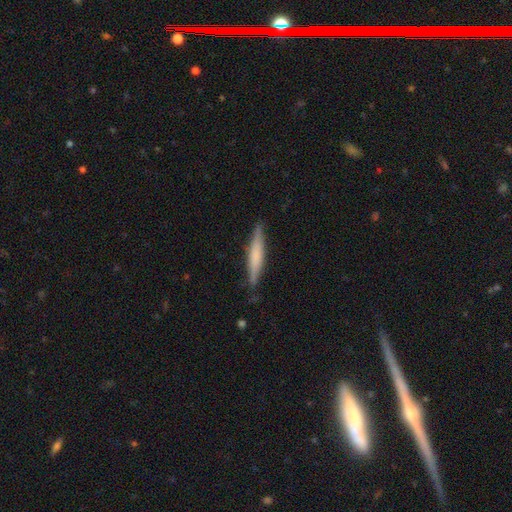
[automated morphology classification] Smooth or featured? smooth (53%)
How rounded? cigar-shaped (91%)
Merging? none (85%)